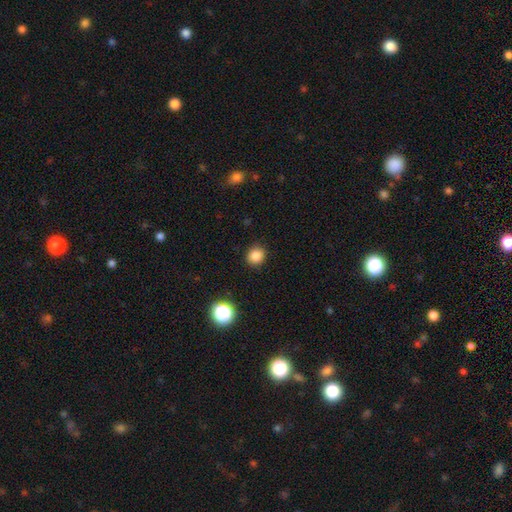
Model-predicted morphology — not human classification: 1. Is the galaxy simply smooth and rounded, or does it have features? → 84% smooth, 12% star or artifact, 4% featured or disk.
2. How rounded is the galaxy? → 82% round, 17% in between, 1% cigar-shaped.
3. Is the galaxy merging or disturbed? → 89% none, 7% minor disturbance, 2% major disturbance, 1% merger.